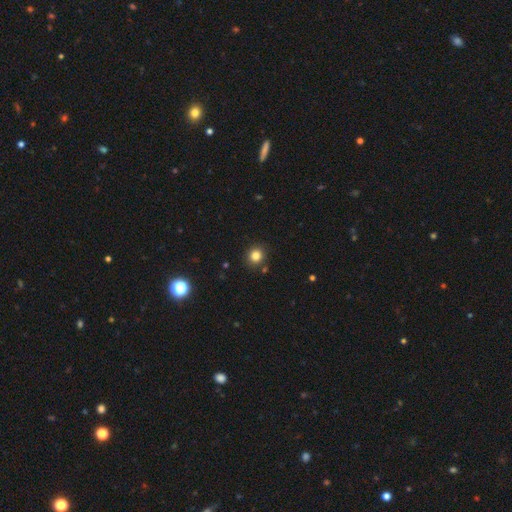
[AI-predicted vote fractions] smooth_or_featured: smooth (p=0.82) [alt: star or artifact p=0.13]
how_rounded: round (p=0.89) [alt: in between p=0.10]
merging: none (p=0.88) [alt: minor disturbance p=0.07]